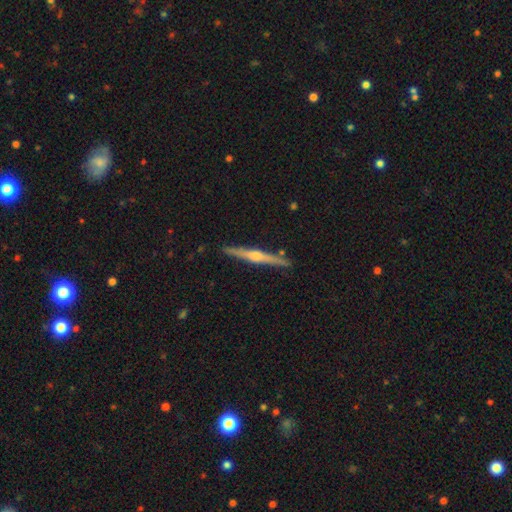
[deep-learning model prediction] A featured or disk galaxy (78%) viewed edge-on (98%) with a rounded central bulge (84%).

Vote fractions:
- Smooth or featured? featured or disk: 78% / smooth: 17% / star or artifact: 5%
- Edge-on disk? yes: 98% / no: 2%
- Edge-on bulge? rounded: 84% / none: 8% / boxy: 8%
- Merging? none: 91% / minor disturbance: 7% / merger: 1% / major disturbance: 1%